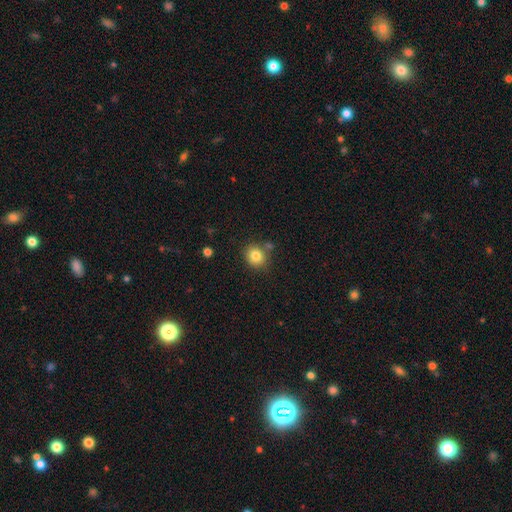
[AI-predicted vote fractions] smooth 82%, star or artifact 11%, featured or disk 7%. Down the decision tree: how rounded — round (77%); merging — none (77%).